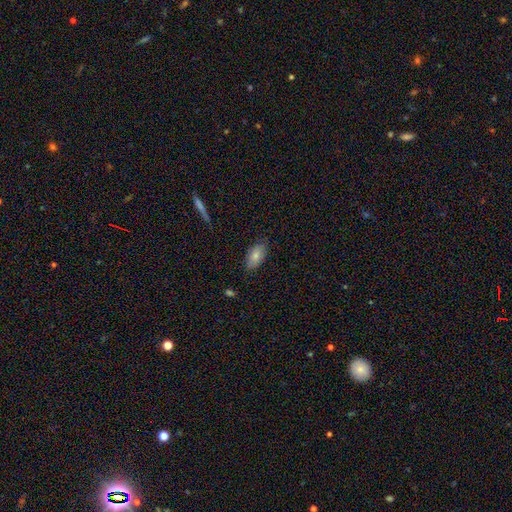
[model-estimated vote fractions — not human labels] smooth 78%, featured or disk 15%, star or artifact 7%. Down the decision tree: how rounded — in between (92%); merging — none (81%).